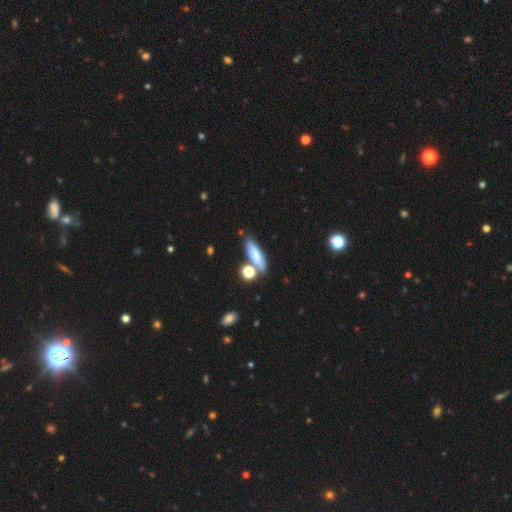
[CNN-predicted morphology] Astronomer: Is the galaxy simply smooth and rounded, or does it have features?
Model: smooth — 74%.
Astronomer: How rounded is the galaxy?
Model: in between — 48% (runner-up: cigar-shaped, 47%).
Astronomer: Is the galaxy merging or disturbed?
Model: none — 64%.